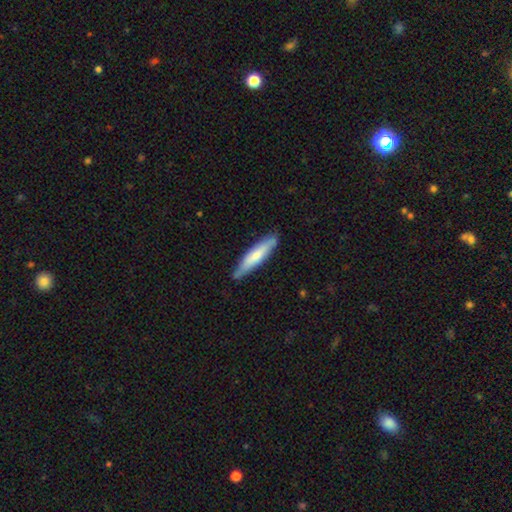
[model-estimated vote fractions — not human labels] smooth-or-featured: smooth: 60% | featured or disk: 35% | star or artifact: 5%
  how-rounded: cigar-shaped: 84% | in between: 15% | round: 1%
  merging: none: 79% | minor disturbance: 17% | major disturbance: 2% | merger: 2%